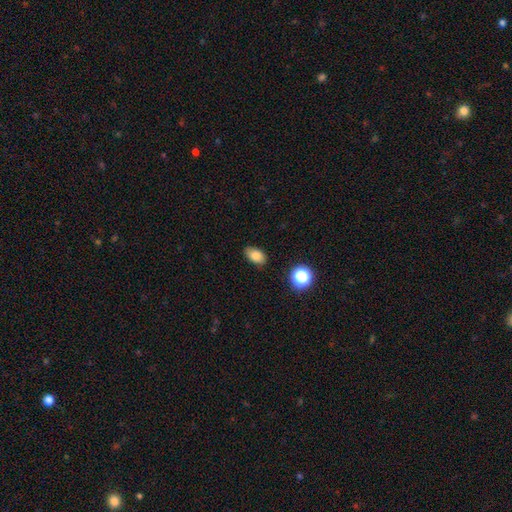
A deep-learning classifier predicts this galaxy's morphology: Smooth or featured? smooth (82%)
How rounded? in between (87%)
Merging? none (81%)